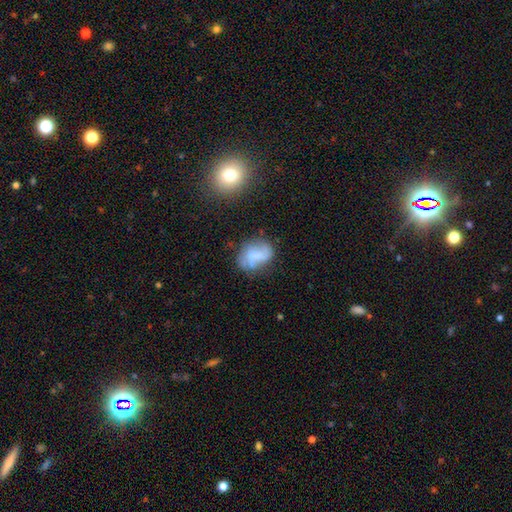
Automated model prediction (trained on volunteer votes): Smooth or featured: smooth — 46% (featured or disk — 44%)
Merging: none — 50% (minor disturbance — 27%)